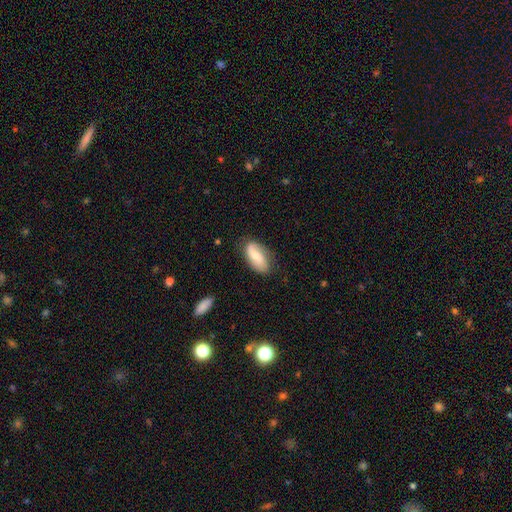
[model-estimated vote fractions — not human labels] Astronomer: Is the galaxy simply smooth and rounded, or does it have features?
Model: smooth — 54% (runner-up: featured or disk, 39%).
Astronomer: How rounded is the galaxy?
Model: in between — 88%.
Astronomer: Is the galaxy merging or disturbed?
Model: none — 70%.